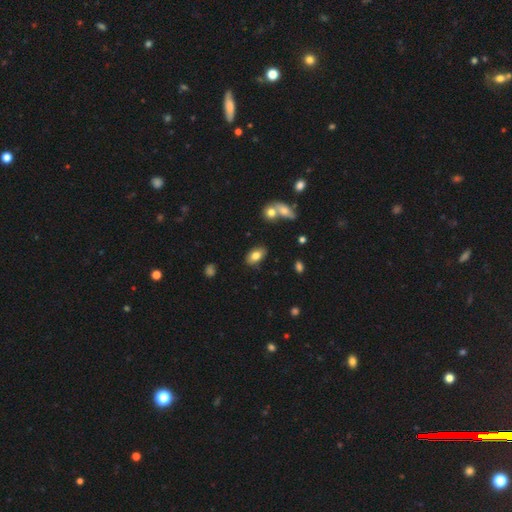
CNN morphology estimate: smooth-or-featured: smooth: 80% | featured or disk: 12% | star or artifact: 8%
  how-rounded: in between: 91% | round: 7% | cigar-shaped: 2%
  merging: none: 81% | minor disturbance: 12% | merger: 4% | major disturbance: 3%